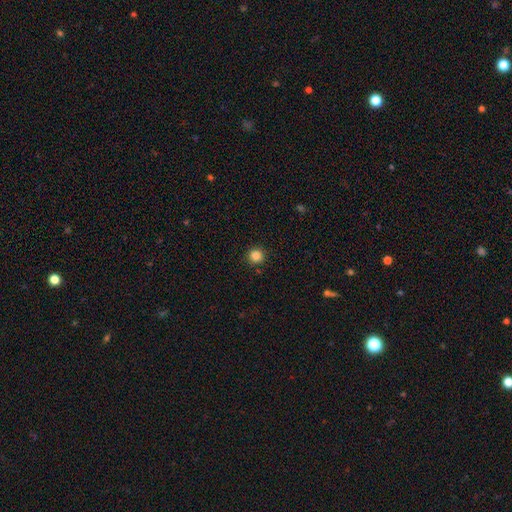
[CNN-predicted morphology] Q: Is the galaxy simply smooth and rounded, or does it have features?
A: smooth — 84%.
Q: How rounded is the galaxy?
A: round — 94%.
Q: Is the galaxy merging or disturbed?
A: none — 91%.